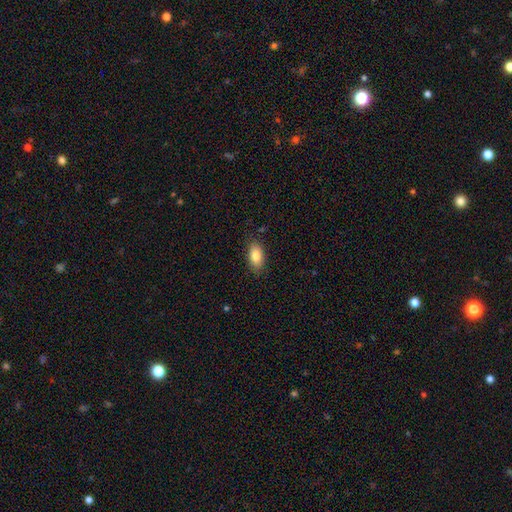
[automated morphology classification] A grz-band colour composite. It shows a smooth galaxy with no disk features (82%) that is in between round and cigar-shaped (91%). Merging: none (85%).